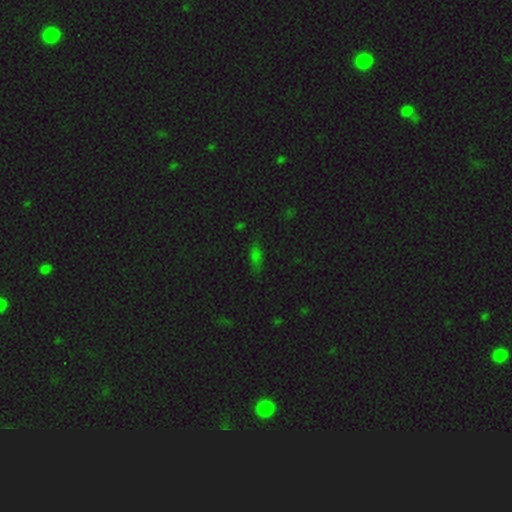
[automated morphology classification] Smooth or featured? Predicted: smooth (p=0.62). How rounded? Predicted: in between (p=0.71). Merging? Predicted: none (p=0.73).